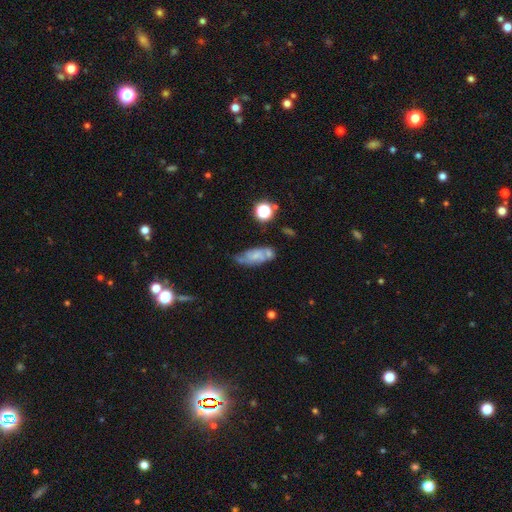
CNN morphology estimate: Smooth or featured? featured or disk (46%)
Merging? none (46%)